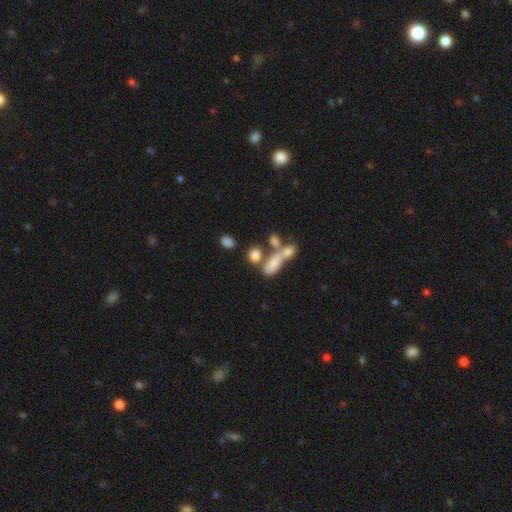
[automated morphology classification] Smooth or featured?
  - smooth: 73% *
  - featured or disk: 16%
  - star or artifact: 11%
How rounded?
  - in between: 71% *
  - round: 19%
  - cigar-shaped: 10%
Merging?
  - merger: 44% *
  - none: 36%
  - minor disturbance: 11%
  - major disturbance: 9%